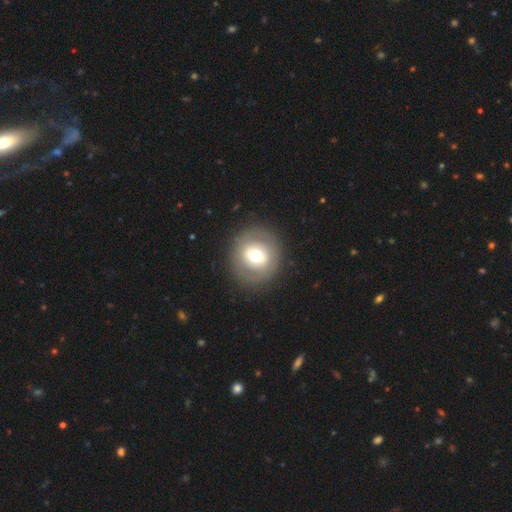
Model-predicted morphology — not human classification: Smooth or featured: smooth — 57% (featured or disk — 35%)
How rounded: round — 90% (in between — 9%)
Merging: none — 87% (minor disturbance — 7%)